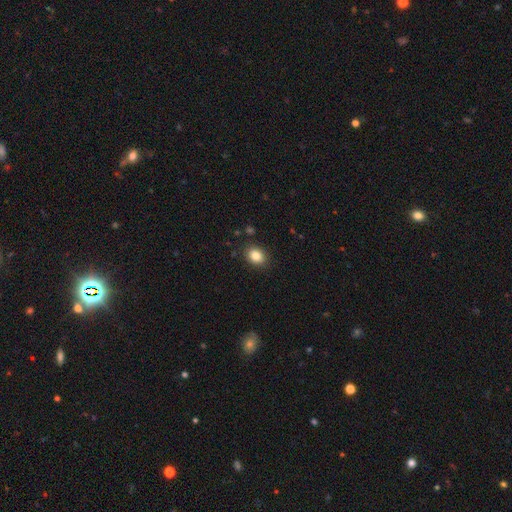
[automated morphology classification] type=smooth (85%); roundness=in between (61%); merging=none (88%).